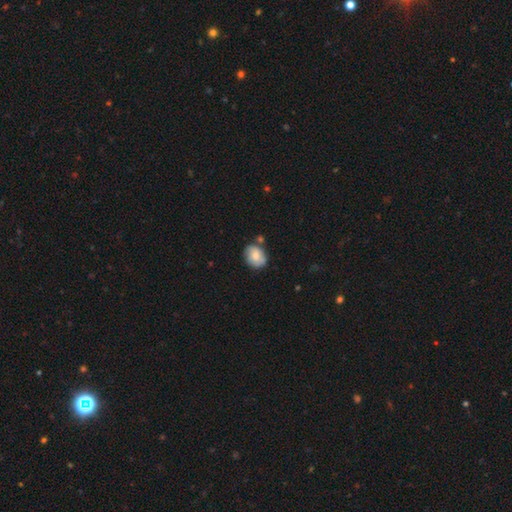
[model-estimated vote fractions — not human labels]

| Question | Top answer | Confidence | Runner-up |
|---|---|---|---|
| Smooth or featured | smooth | 68% | featured or disk (25%) |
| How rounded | in between | 51% | round (48%) |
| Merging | none | 65% | minor disturbance (22%) |